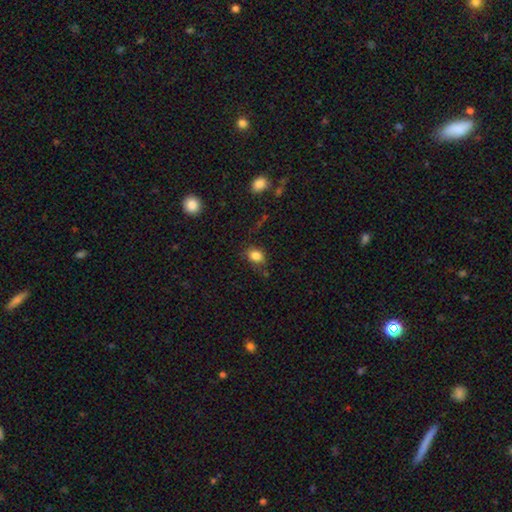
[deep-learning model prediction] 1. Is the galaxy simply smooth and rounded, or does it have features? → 83% smooth, 11% star or artifact, 6% featured or disk.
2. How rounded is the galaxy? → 58% in between, 41% round, 1% cigar-shaped.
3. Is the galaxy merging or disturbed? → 71% none, 21% minor disturbance, 5% major disturbance, 3% merger.